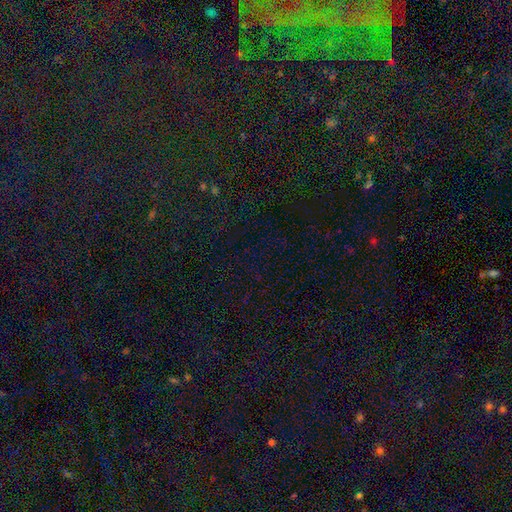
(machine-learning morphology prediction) Overall: star or artifact (81%).